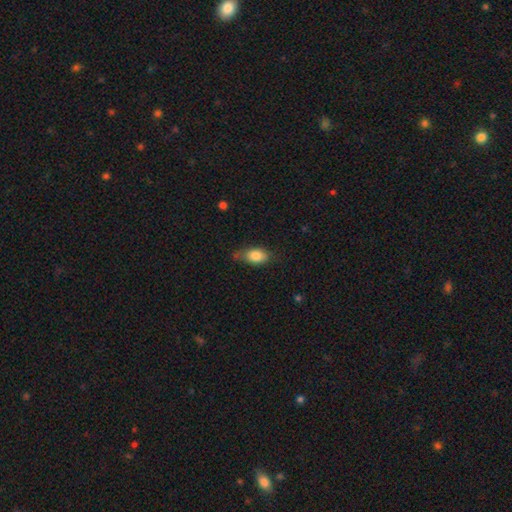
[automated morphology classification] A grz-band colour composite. It shows a smooth galaxy with no disk features (82%) that is in between round and cigar-shaped (86%). Merging: none (58%).